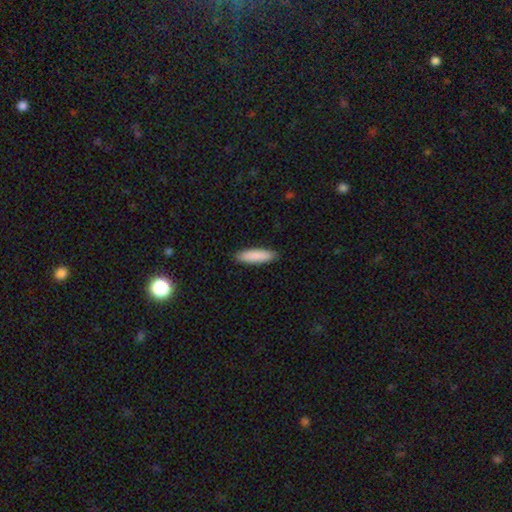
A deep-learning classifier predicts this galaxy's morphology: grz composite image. It shows a smooth galaxy with no disk features (88%) that is cigar-shaped (67%). Merging: none (90%).